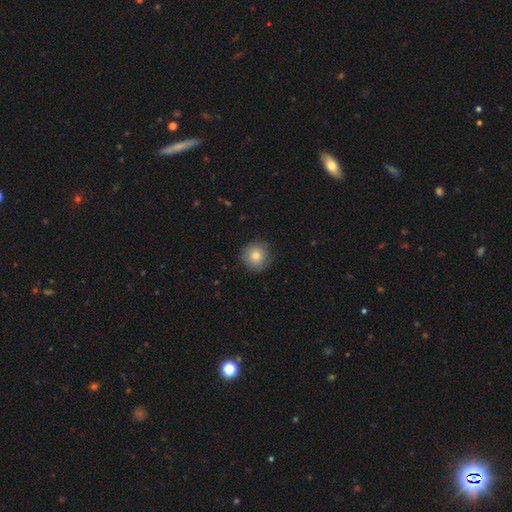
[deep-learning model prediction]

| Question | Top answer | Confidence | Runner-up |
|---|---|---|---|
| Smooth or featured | smooth | 80% | featured or disk (11%) |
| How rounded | round | 94% | in between (5%) |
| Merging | none | 85% | minor disturbance (11%) |